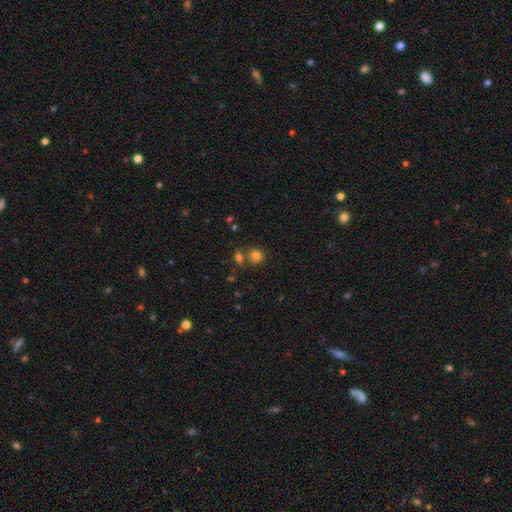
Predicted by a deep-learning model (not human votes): This appears to be a smooth galaxy with no disk features (80%) that is round (81%). Merging: none (63%).